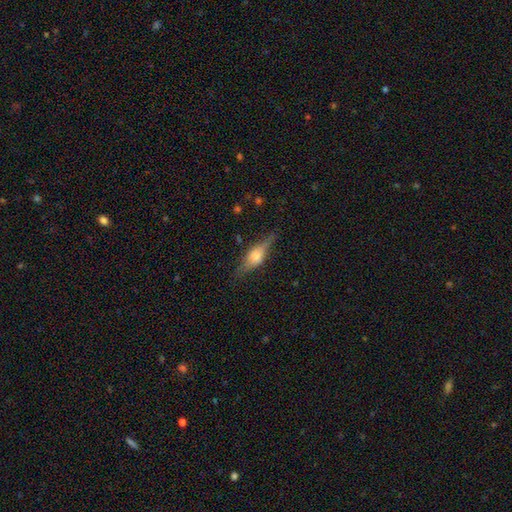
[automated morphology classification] Smooth or featured? Predicted: featured or disk (p=0.65). Edge-on disk? Predicted: yes (p=0.95). Edge-on bulge? Predicted: rounded (p=0.88). Merging? Predicted: none (p=0.81).